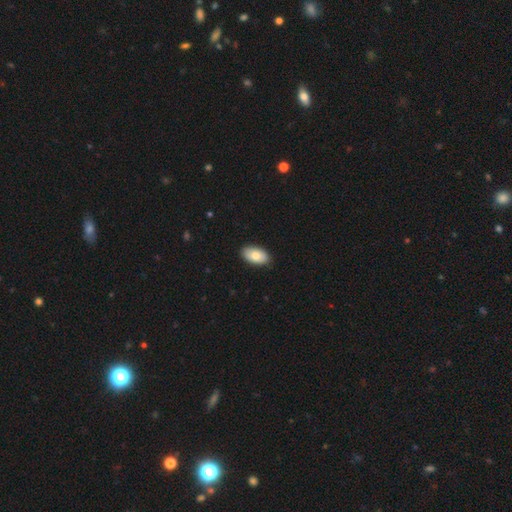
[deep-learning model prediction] This is likely a smooth galaxy (79%). How rounded: clearly in between (95%). Merging: clearly none (89%).